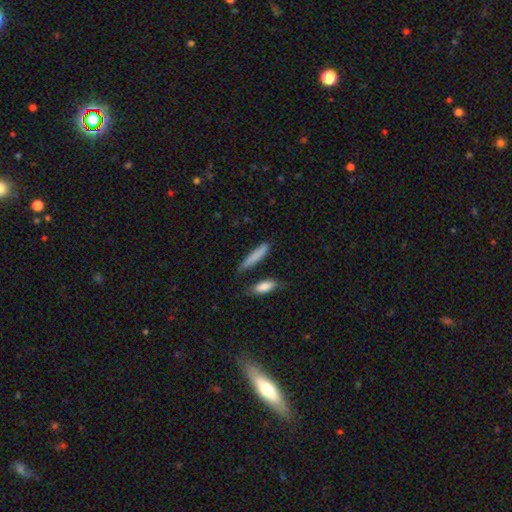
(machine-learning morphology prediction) Smooth or featured? Predicted: smooth (p=0.80). How rounded? Predicted: cigar-shaped (p=0.87). Merging? Predicted: none (p=0.72).